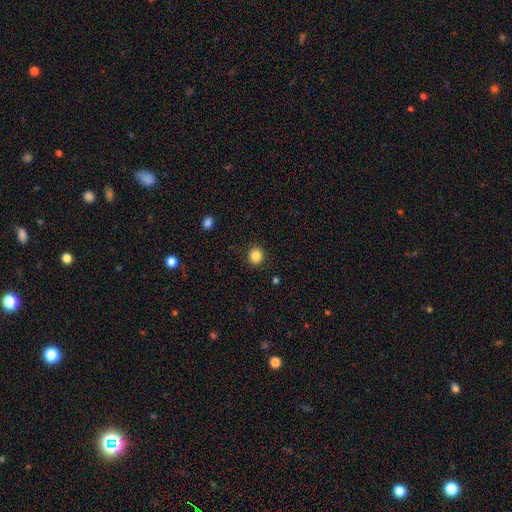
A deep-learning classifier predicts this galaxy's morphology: type=smooth (85%); roundness=round (86%); merging=none (90%).